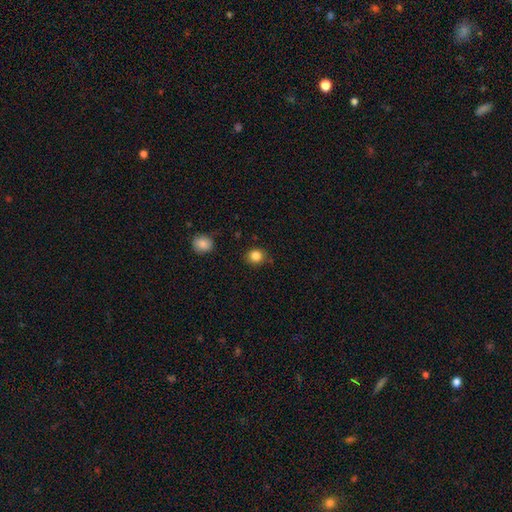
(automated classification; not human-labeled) A smooth galaxy with no disk features (85%) that is round (85%).

Vote fractions:
- Smooth or featured? smooth: 85% / star or artifact: 11% / featured or disk: 4%
- How rounded? round: 85% / in between: 14% / cigar-shaped: 1%
- Merging? none: 85% / minor disturbance: 10% / major disturbance: 2% / merger: 2%